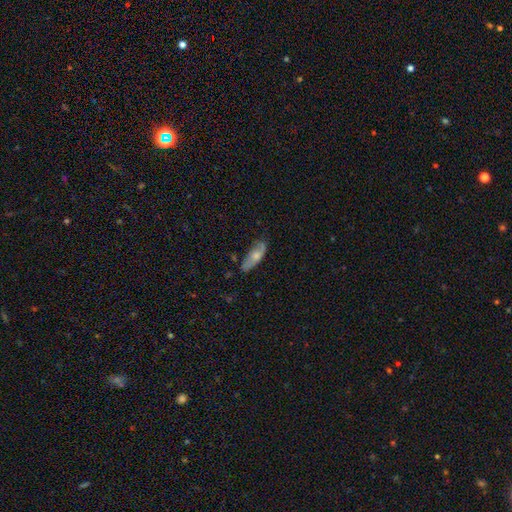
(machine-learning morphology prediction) A smooth galaxy with no disk features (58%) that is in between round and cigar-shaped (63%).

Vote fractions:
- Smooth or featured? smooth: 58% / featured or disk: 35% / star or artifact: 7%
- How rounded? in between: 63% / cigar-shaped: 35% / round: 3%
- Merging? none: 61% / minor disturbance: 27% / major disturbance: 8% / merger: 3%